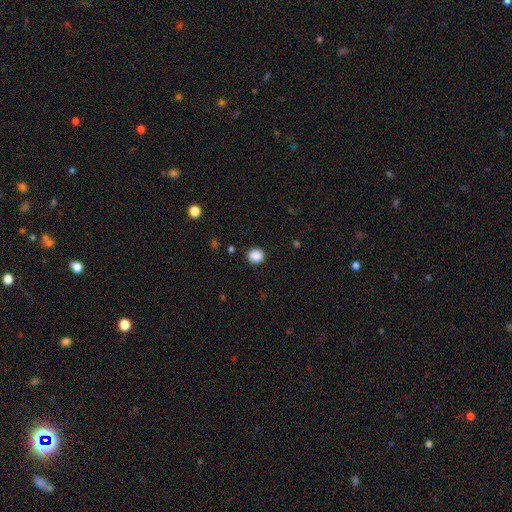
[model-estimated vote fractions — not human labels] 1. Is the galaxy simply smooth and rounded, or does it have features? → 88% smooth, 9% star or artifact, 3% featured or disk.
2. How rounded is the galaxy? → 84% round, 15% in between, 1% cigar-shaped.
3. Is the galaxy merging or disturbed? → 90% none, 6% minor disturbance, 2% major disturbance, 1% merger.